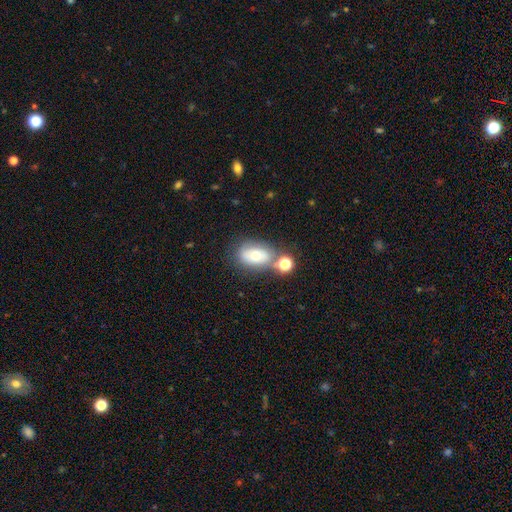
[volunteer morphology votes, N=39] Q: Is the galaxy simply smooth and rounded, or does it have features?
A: smooth — 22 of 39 (56%).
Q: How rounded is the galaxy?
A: in between — 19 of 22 (86%).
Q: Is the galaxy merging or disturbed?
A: none — 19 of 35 (54%).